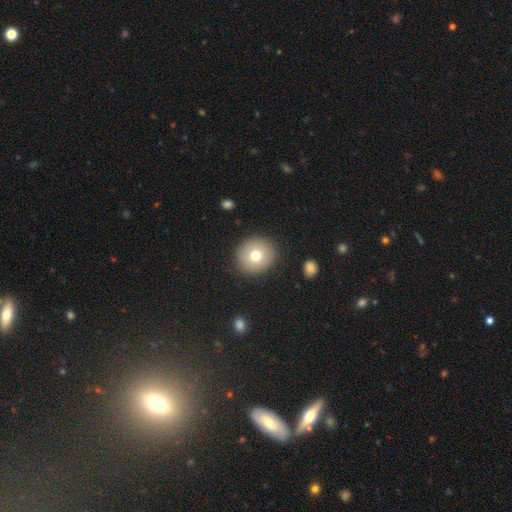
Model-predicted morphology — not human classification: Overall: smooth (74%). How rounded: round (89%). Merging: none (89%).